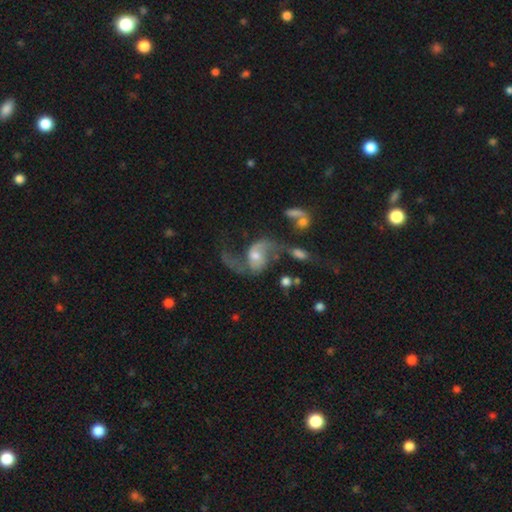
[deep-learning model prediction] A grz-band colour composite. It shows a featured or disk galaxy (80%) with no bar (49%), 2 (89%) loose (78%) spiral arms (91%) and a moderate central bulge (56%). Merging: none (38%).